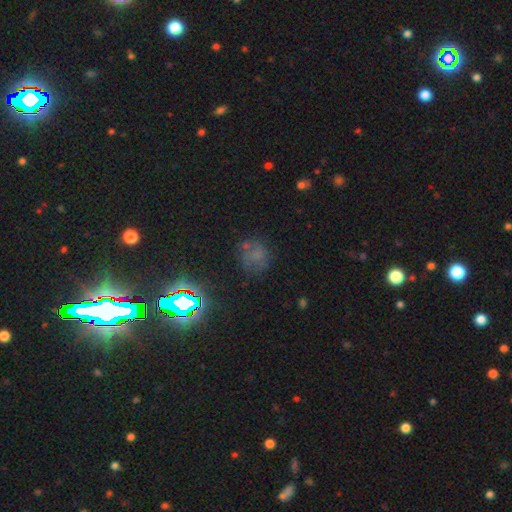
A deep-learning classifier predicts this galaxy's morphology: A smooth galaxy with no disk features (44%). Merging: none (60%).